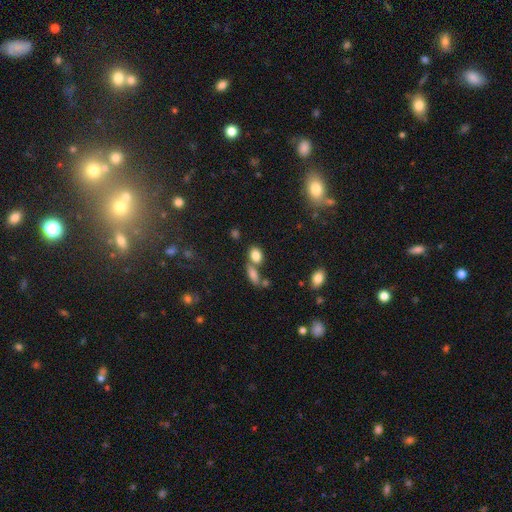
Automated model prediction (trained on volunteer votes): Smooth or featured? smooth (82%)
How rounded? in between (75%)
Merging? none (53%)